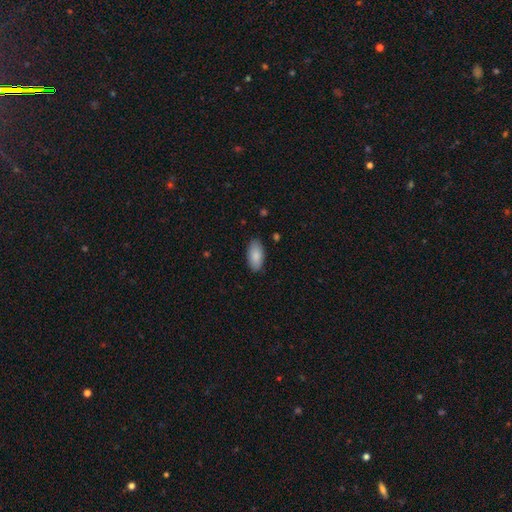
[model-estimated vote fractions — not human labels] Morphology: type=smooth (86%); roundness=in between (93%); merging=none (86%).